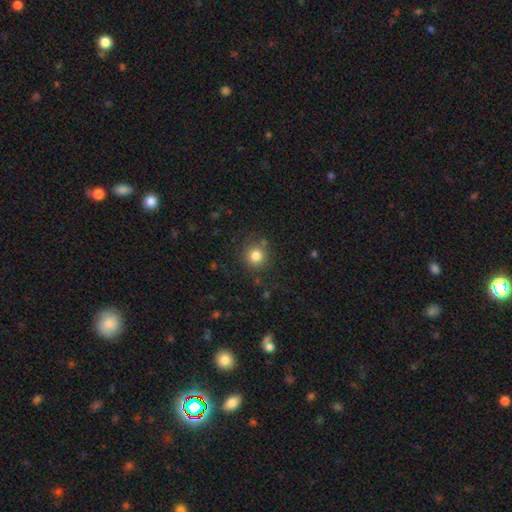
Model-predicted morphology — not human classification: This is clearly a smooth galaxy (82%). How rounded: clearly round (92%). Merging: clearly none (84%).